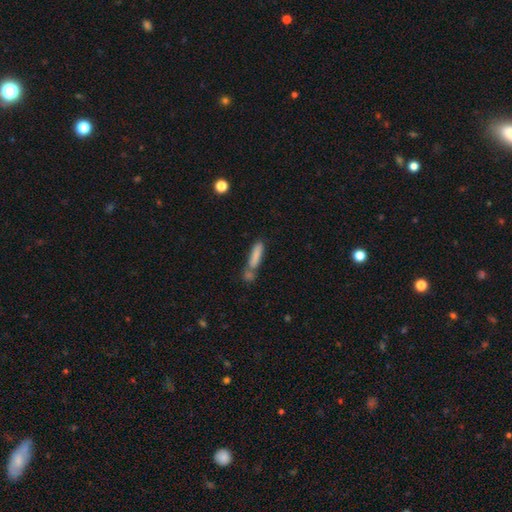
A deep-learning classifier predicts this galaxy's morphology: smooth-or-featured: smooth: 81% | featured or disk: 11% | star or artifact: 7%
  how-rounded: cigar-shaped: 75% | in between: 23% | round: 2%
  merging: none: 47% | merger: 36% | minor disturbance: 13% | major disturbance: 5%